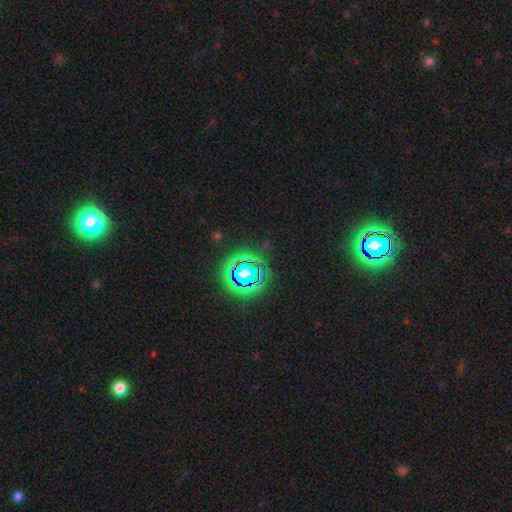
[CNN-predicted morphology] Overall: star or artifact (80%).